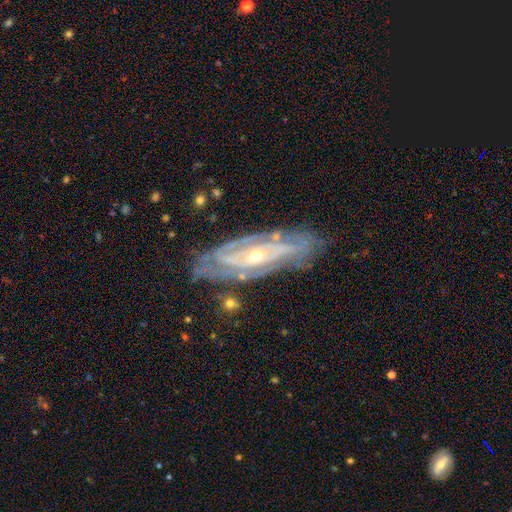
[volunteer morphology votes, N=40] Smooth or featured?
  - featured or disk: 90% *
  - smooth: 8%
  - star or artifact: 2%
Edge-on disk?
  - no: 86% *
  - yes: 14%
Bar?
  - no: 84% *
  - weak: 10%
  - strong: 6%
Spiral arms?
  - yes: 87% *
  - no: 13%
Spiral winding?
  - tight: 78% *
  - medium: 19%
  - loose: 4%
Spiral arm count?
  - can't tell: 48% *
  - 2: 44%
  - 3: 4%
  - more than 4: 4%
  - 1: 0%
  - 4: 0%
Bulge size?
  - moderate: 61% *
  - small: 39%
  - dominant: 0%
  - large: 0%
  - none: 0%
Merging?
  - none: 79% *
  - minor disturbance: 21%
  - major disturbance: 0%
  - merger: 0%